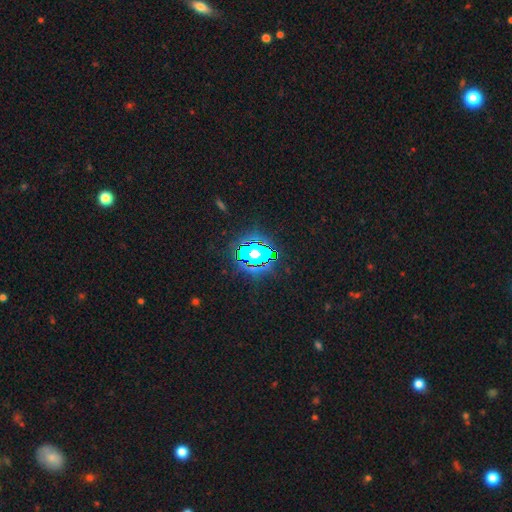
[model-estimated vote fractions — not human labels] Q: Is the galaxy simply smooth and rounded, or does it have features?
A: star or artifact — 79%.